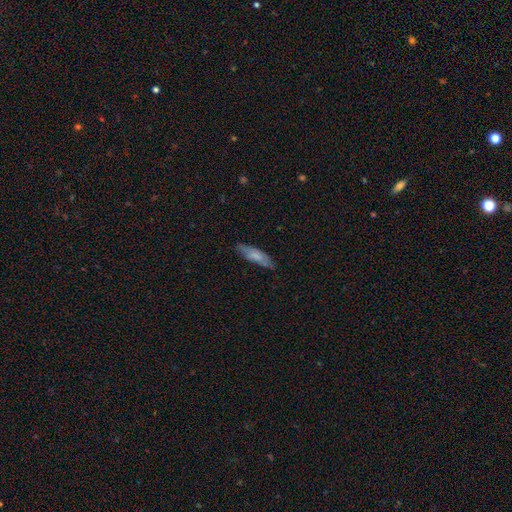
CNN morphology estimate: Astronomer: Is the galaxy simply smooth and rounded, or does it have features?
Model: smooth — 68%.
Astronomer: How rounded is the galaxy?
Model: cigar-shaped — 54% (runner-up: in between, 45%).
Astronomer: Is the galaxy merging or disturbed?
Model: none — 76%.